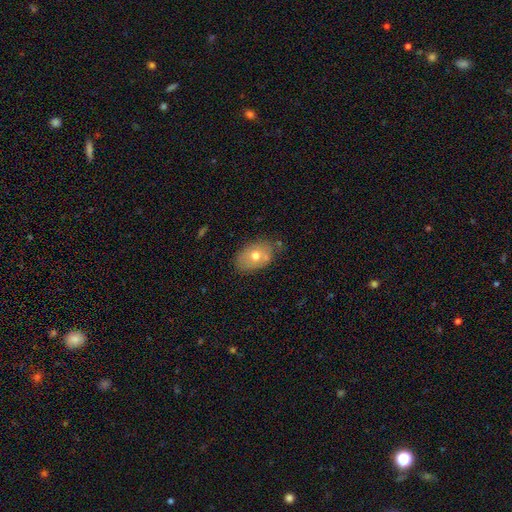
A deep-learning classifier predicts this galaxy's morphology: A smooth galaxy with no disk features (65%) that is in between round and cigar-shaped (85%). Merging: none (71%).